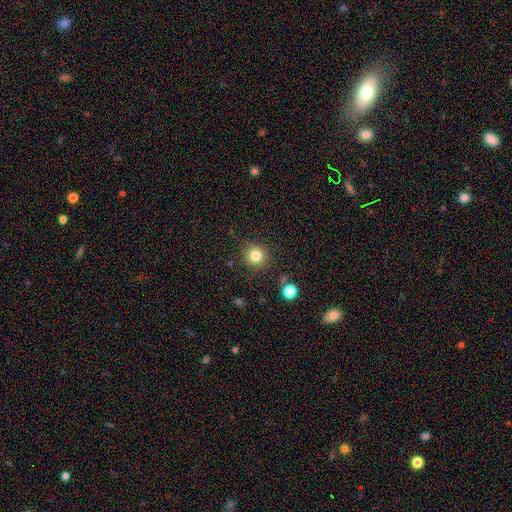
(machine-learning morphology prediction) This is clearly a smooth galaxy (82%). How rounded: clearly round (92%). Merging: clearly none (87%).